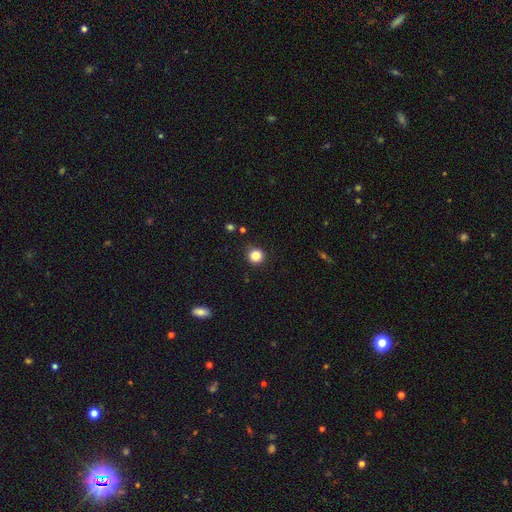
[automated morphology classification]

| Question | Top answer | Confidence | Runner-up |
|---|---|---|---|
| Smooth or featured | smooth | 85% | star or artifact (12%) |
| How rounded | round | 93% | in between (6%) |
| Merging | none | 89% | minor disturbance (7%) |